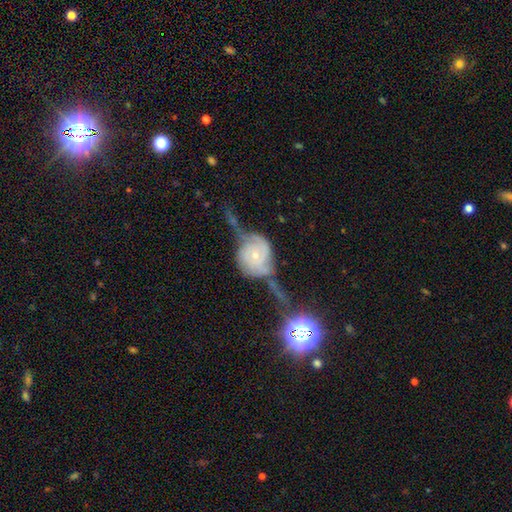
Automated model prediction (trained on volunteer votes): Smooth or featured? featured or disk (72%)
Edge-on disk? no (93%)
Bar? no (81%)
Spiral arms? yes (82%)
Spiral winding? tight (46%)
Spiral arm count? 2 (56%)
Bulge size? small (67%)
Merging? major disturbance (31%)